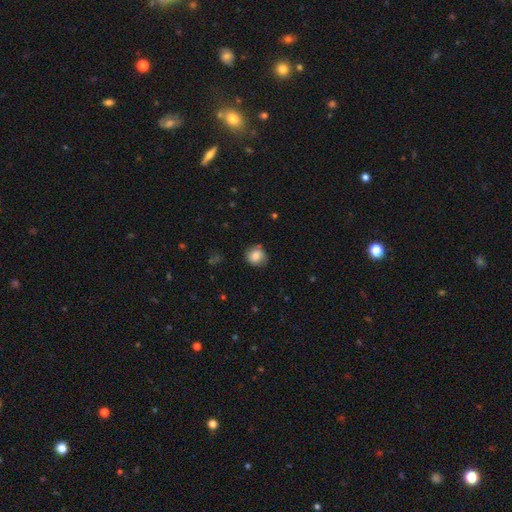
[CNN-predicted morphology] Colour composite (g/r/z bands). It shows a smooth galaxy with no disk features (76%) that is round (85%). Merging: none (75%).